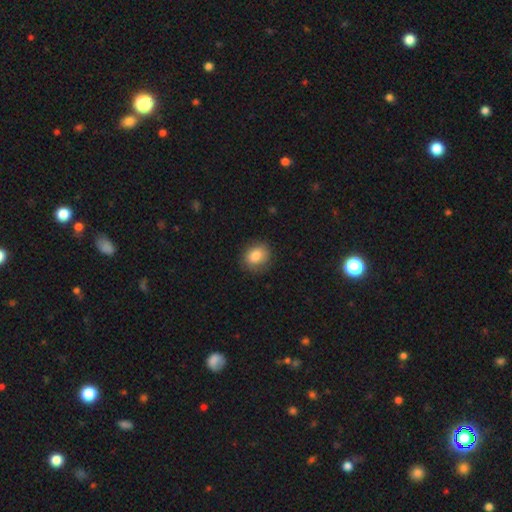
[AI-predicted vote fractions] Smooth or featured? Predicted: smooth (p=0.84). How rounded? Predicted: round (p=0.56). Merging? Predicted: none (p=0.83).